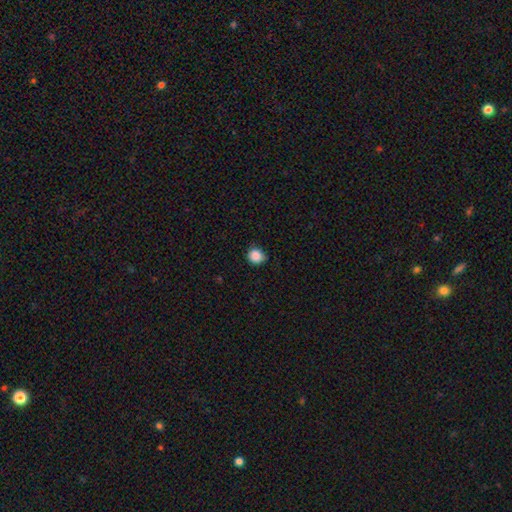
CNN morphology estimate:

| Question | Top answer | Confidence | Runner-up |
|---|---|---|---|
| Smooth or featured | smooth | 87% | star or artifact (10%) |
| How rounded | round | 90% | in between (9%) |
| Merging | none | 80% | minor disturbance (16%) |